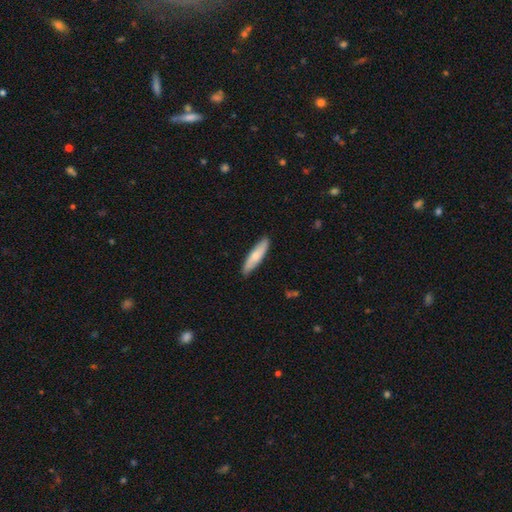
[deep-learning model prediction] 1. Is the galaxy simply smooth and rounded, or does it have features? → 69% smooth, 26% featured or disk, 5% star or artifact.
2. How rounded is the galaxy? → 75% cigar-shaped, 24% in between, 2% round.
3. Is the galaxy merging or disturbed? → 88% none, 10% minor disturbance, 2% major disturbance, 1% merger.